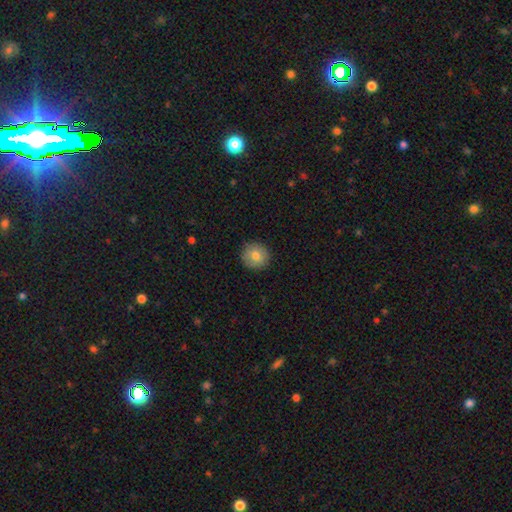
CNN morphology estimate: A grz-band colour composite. It shows a smooth galaxy with no disk features (80%) that is round (93%). Merging: none (91%).